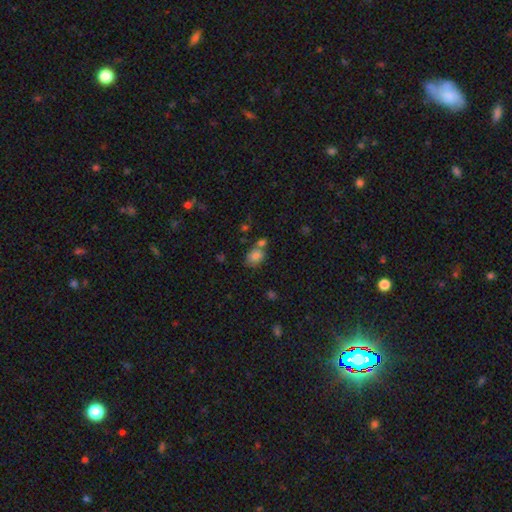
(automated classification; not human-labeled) This appears to be a smooth galaxy with no disk features (82%) that is in between round and cigar-shaped (66%). Merging: none (51%).